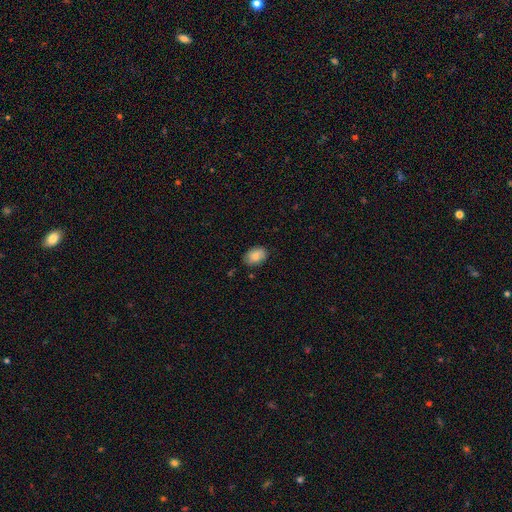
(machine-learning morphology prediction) A smooth galaxy with no disk features (83%) that is in between round and cigar-shaped (84%).

Vote fractions:
- Smooth or featured? smooth: 83% / featured or disk: 10% / star or artifact: 7%
- How rounded? in between: 84% / round: 15% / cigar-shaped: 1%
- Merging? none: 80% / minor disturbance: 16% / major disturbance: 3% / merger: 1%